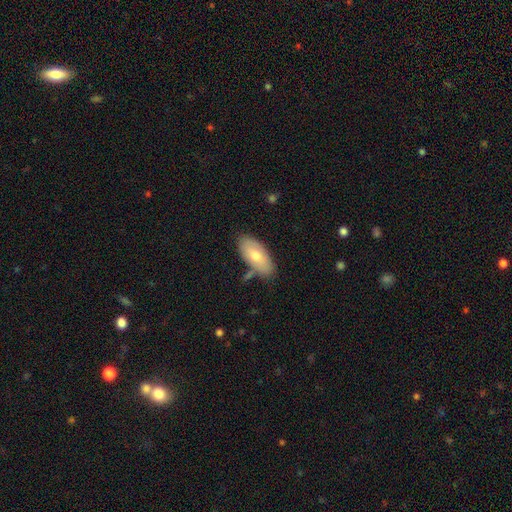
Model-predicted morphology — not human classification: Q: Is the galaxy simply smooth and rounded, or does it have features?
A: smooth — 70%.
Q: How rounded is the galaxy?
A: in between — 90%.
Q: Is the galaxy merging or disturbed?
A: none — 77%.